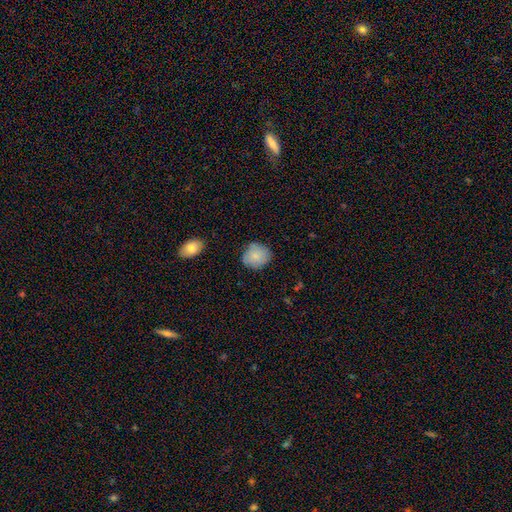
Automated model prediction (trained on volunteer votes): Smooth or featured: smooth — 83% (featured or disk — 10%)
How rounded: round — 78% (in between — 21%)
Merging: none — 75% (minor disturbance — 20%)